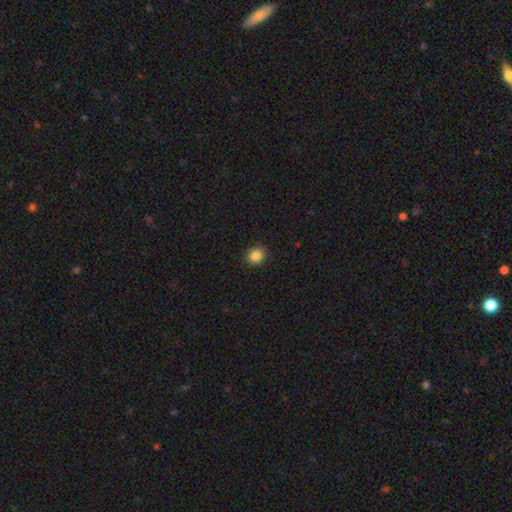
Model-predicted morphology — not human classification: A smooth galaxy with no disk features (86%) that is round (79%).

Vote fractions:
- Smooth or featured? smooth: 86% / star or artifact: 10% / featured or disk: 4%
- How rounded? round: 79% / in between: 21% / cigar-shaped: 1%
- Merging? none: 90% / minor disturbance: 7% / major disturbance: 2% / merger: 1%